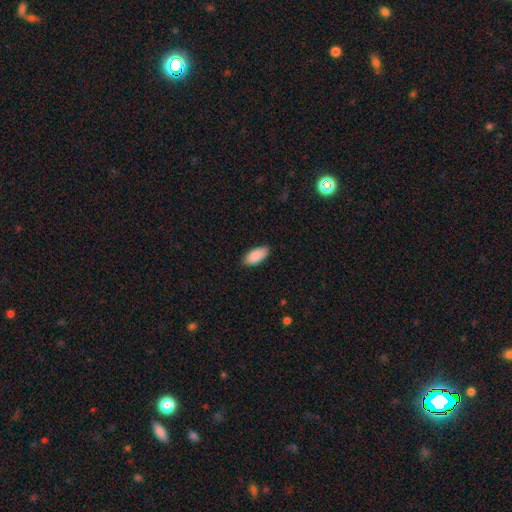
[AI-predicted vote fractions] Smooth or featured: smooth — 90% (star or artifact — 6%)
How rounded: in between — 91% (cigar-shaped — 7%)
Merging: none — 85% (minor disturbance — 12%)